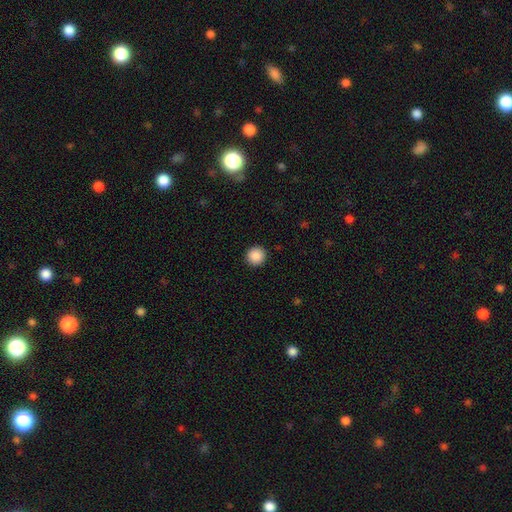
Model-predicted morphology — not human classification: Smooth or featured? smooth (89%)
How rounded? round (96%)
Merging? none (93%)